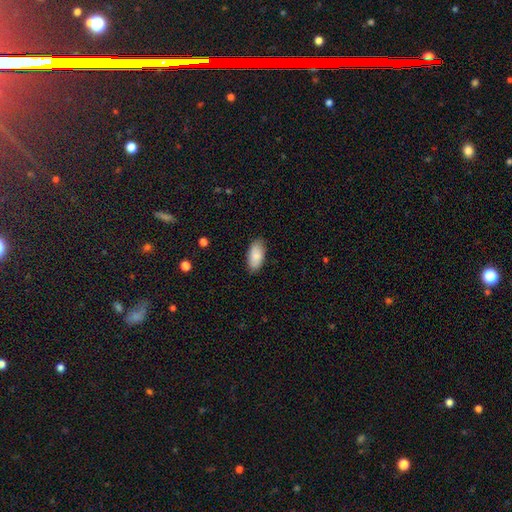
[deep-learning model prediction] Smooth or featured: smooth — 86% (featured or disk — 8%)
How rounded: in between — 93% (cigar-shaped — 5%)
Merging: none — 85% (minor disturbance — 12%)